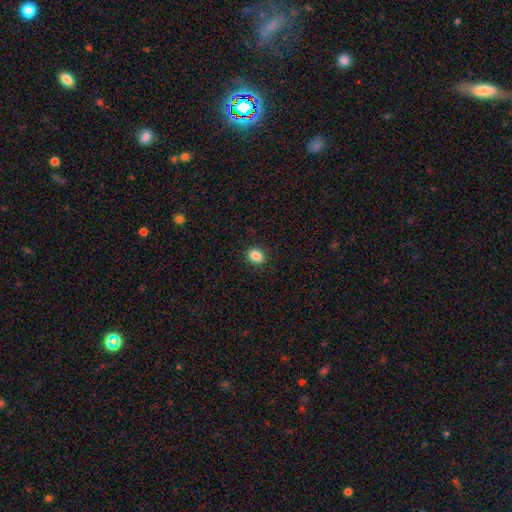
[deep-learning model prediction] A smooth galaxy with no disk features (87%) that is in between round and cigar-shaped (53%).

Vote fractions:
- Smooth or featured? smooth: 87% / star or artifact: 10% / featured or disk: 4%
- How rounded? in between: 53% / round: 46% / cigar-shaped: 1%
- Merging? none: 89% / minor disturbance: 8% / major disturbance: 2% / merger: 1%